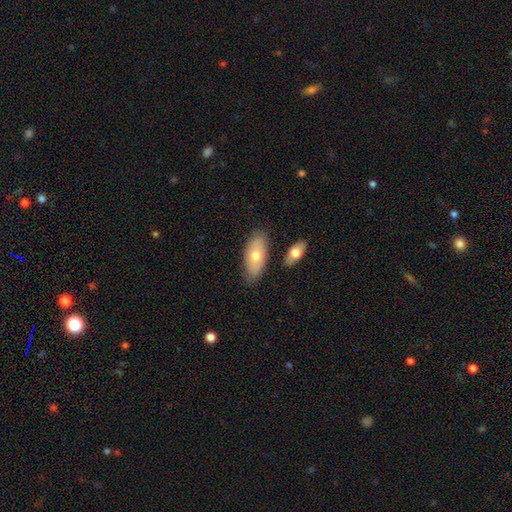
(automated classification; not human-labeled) Overall: smooth (68%). How rounded: in between (90%). Merging: none (77%).